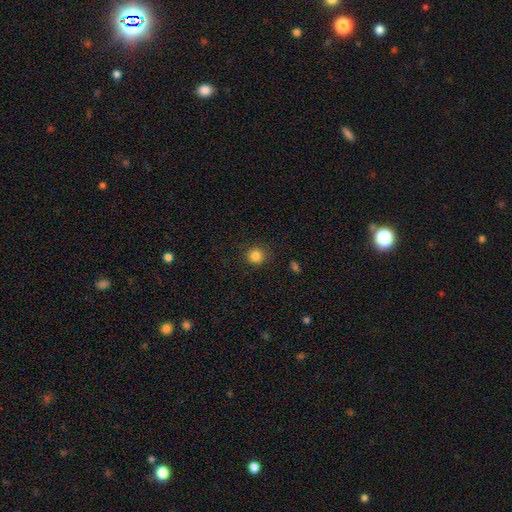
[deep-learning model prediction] A smooth galaxy with no disk features (84%) that is round (93%). Merging: none (88%).